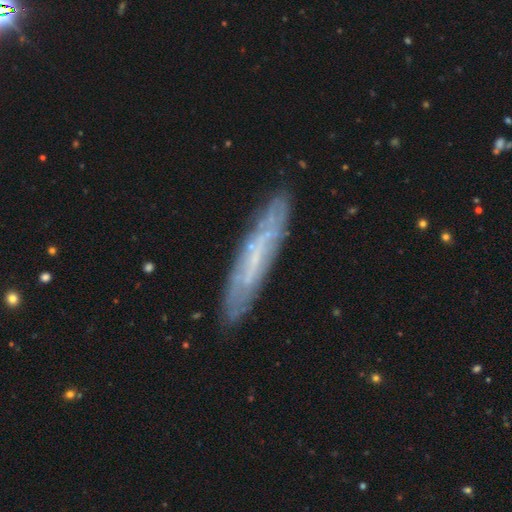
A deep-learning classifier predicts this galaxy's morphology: The model was most divided on "edge-on disk": yes: 57%, no: 43%. More confident: merging — none (83%); smooth or featured — featured or disk (61%).